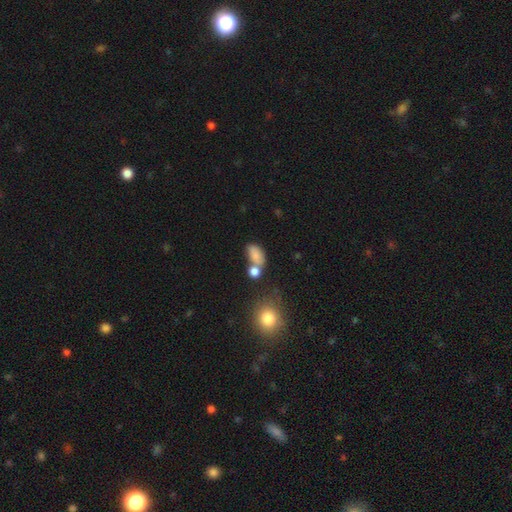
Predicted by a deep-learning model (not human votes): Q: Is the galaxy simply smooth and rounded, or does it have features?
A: smooth — 79%.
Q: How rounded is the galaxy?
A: in between — 86%.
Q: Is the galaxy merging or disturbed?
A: none — 40%.